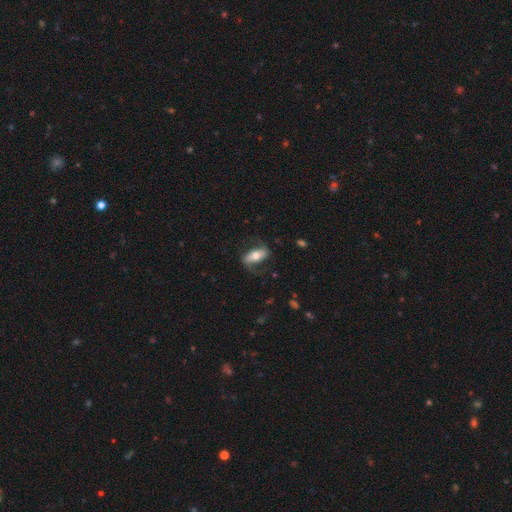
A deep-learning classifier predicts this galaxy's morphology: smooth_or_featured: featured or disk (p=0.64) [alt: smooth p=0.30]
disk_edge_on: no (p=0.86) [alt: yes p=0.14]
bar: strong (p=0.47) [alt: no p=0.29]
has_spiral_arms: yes (p=0.83) [alt: no p=0.17]
bulge_size: moderate (p=0.66) [alt: small p=0.18]
merging: none (p=0.68) [alt: minor disturbance p=0.18]